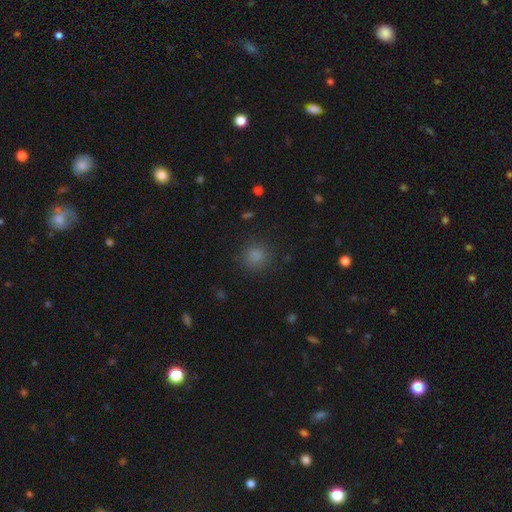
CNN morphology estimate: Smooth or featured? smooth (83%)
How rounded? round (89%)
Merging? none (86%)